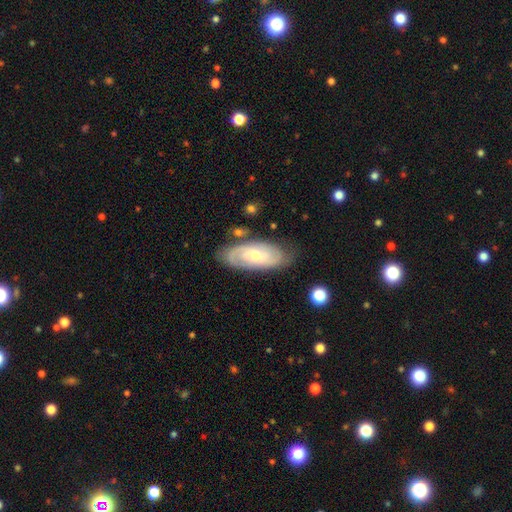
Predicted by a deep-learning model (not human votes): Smooth or featured? Predicted: featured or disk (p=0.74). Edge-on disk? Predicted: no (p=0.93). Bar? Predicted: no (p=0.63). Spiral arms? Predicted: yes (p=0.92). Spiral winding? Predicted: tight (p=0.60). Spiral arm count? Predicted: 2 (p=0.50). Bulge size? Predicted: small (p=0.58). Merging? Predicted: none (p=0.75).